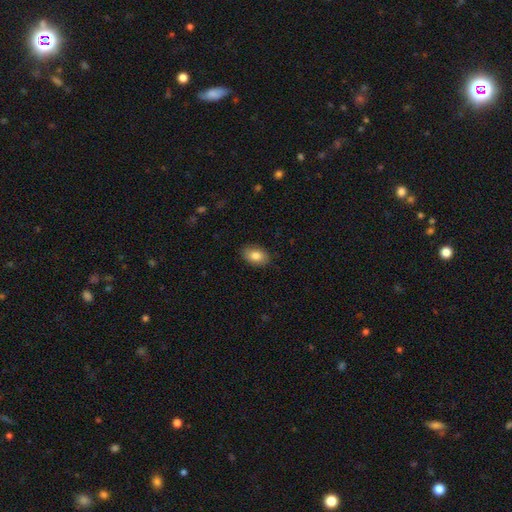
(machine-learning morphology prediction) Smooth or featured?
  - smooth: 83% *
  - featured or disk: 9%
  - star or artifact: 7%
How rounded?
  - in between: 88% *
  - round: 11%
  - cigar-shaped: 1%
Merging?
  - none: 88% *
  - minor disturbance: 9%
  - major disturbance: 2%
  - merger: 1%